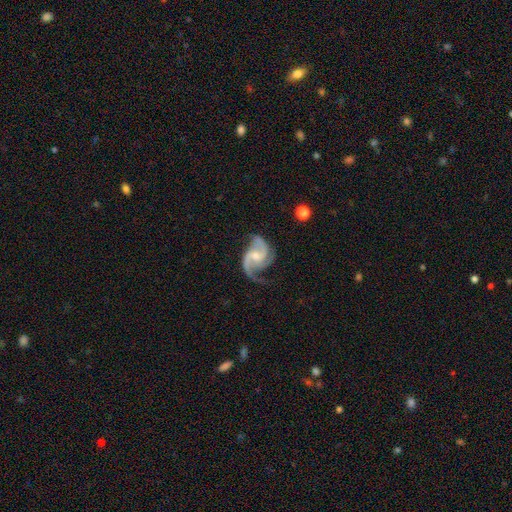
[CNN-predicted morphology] This appears to be a featured or disk galaxy (91%) with no bar (49%), 3 (43%) medium (54%) spiral arms (98%) and a small central bulge (45%). Merging: none (61%).